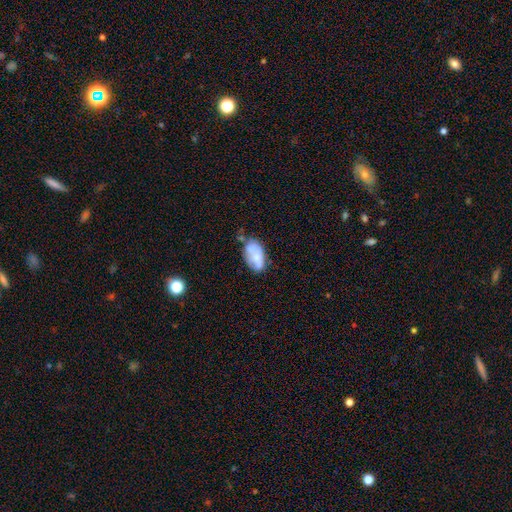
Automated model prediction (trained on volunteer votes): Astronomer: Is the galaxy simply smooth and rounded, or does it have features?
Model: smooth — 53% (runner-up: featured or disk, 39%).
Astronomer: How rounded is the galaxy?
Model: in between — 92%.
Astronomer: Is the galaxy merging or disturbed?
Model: none — 41% (runner-up: minor disturbance, 29%).